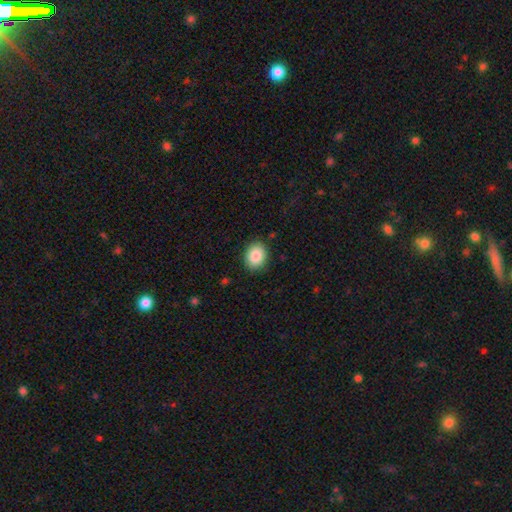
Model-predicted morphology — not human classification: A smooth galaxy with no disk features (87%) that is in between round and cigar-shaped (59%).

Vote fractions:
- Smooth or featured? smooth: 87% / star or artifact: 8% / featured or disk: 5%
- How rounded? in between: 59% / round: 40% / cigar-shaped: 1%
- Merging? none: 88% / minor disturbance: 9% / major disturbance: 2% / merger: 1%